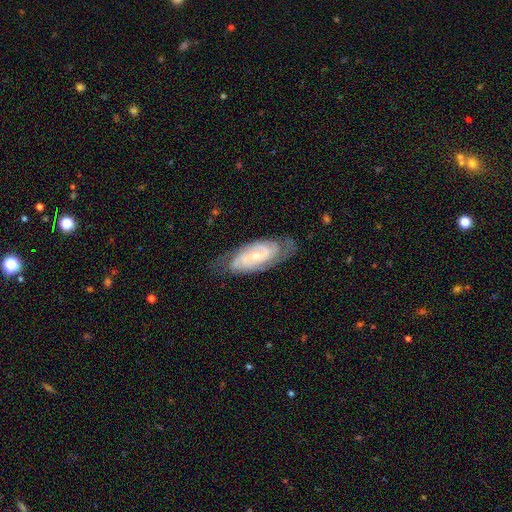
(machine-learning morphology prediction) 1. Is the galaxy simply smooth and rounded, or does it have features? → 84% featured or disk, 11% smooth, 5% star or artifact.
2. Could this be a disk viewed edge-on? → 93% no, 7% yes.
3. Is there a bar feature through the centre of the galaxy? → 53% no, 35% weak, 12% strong.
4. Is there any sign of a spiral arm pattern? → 96% yes, 4% no.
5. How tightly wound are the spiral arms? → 60% tight, 33% medium, 7% loose.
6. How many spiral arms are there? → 69% 2, 16% can't tell, 8% 3, 3% 4, 2% 1, 2% more than 4.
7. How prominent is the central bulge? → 68% small, 28% moderate, 2% none, 1% large, 1% dominant.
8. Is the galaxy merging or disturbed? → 74% none, 19% minor disturbance, 6% major disturbance, 1% merger.